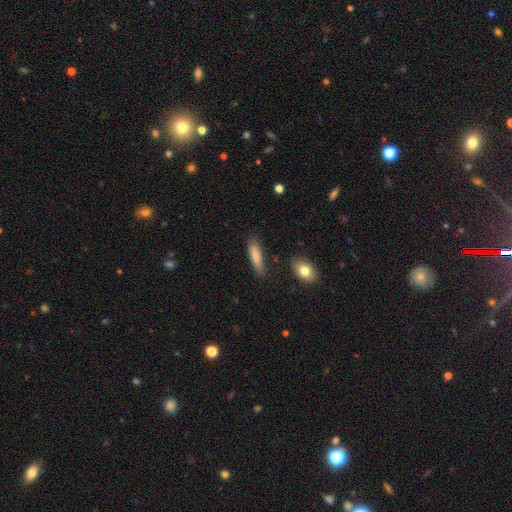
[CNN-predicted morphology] A smooth galaxy with no disk features (78%) that is cigar-shaped (66%). Merging: none (75%).